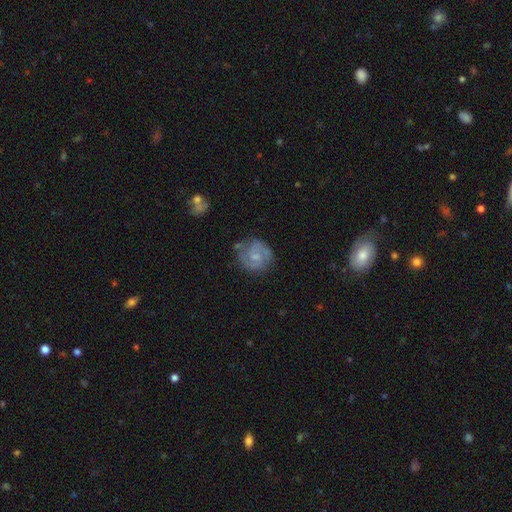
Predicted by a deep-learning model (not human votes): Overall: featured or disk (73%). Edge-on disk: no (98%). Bar: no (50%; weak 43%). Spiral arms: yes (91%). Spiral arm count: 2 (73%). Spiral winding: tight (45%; medium 43%). Bulge size: small (44%; moderate 33%). Merging: none (71%).